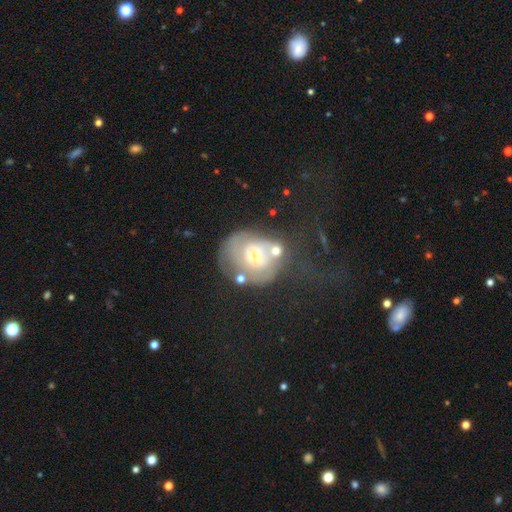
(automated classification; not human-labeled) Q: Smooth or featured?
A: featured or disk (47%); runner-up: smooth (39%)
Q: Merging?
A: major disturbance (31%); runner-up: none (29%)